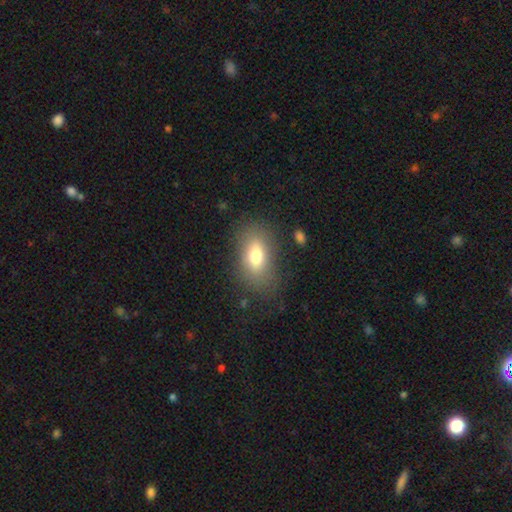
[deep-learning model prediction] smooth 72%, featured or disk 18%, star or artifact 10%. Down the decision tree: how rounded — in between (85%); merging — none (77%).